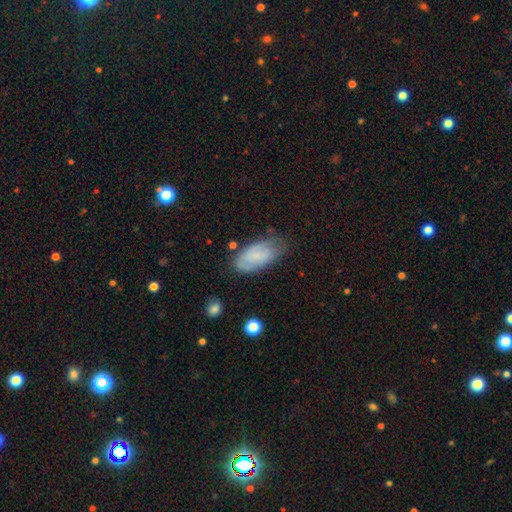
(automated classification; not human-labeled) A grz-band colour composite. It shows a smooth galaxy with no disk features (68%) that is in between round and cigar-shaped (93%). Merging: none (62%).